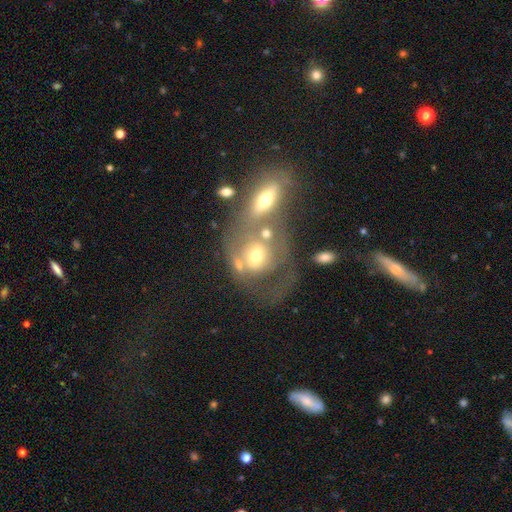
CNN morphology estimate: The model was most divided on "smooth or featured" (2-way tie): featured or disk: 44%, smooth: 44%, star or artifact: 11%. More confident: merging — merger (52%).